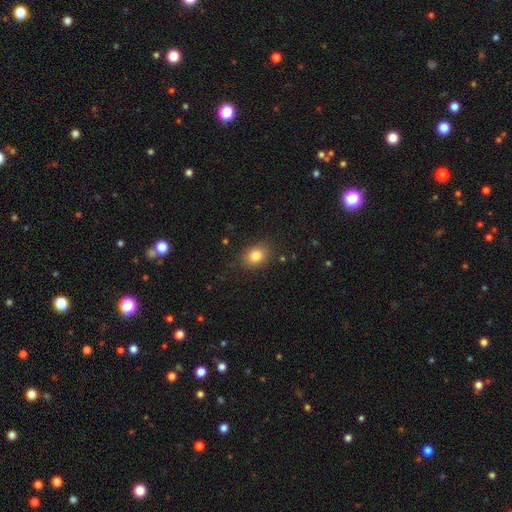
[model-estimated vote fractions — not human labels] A smooth galaxy with no disk features (83%) that is in between round and cigar-shaped (67%). Merging: none (85%).